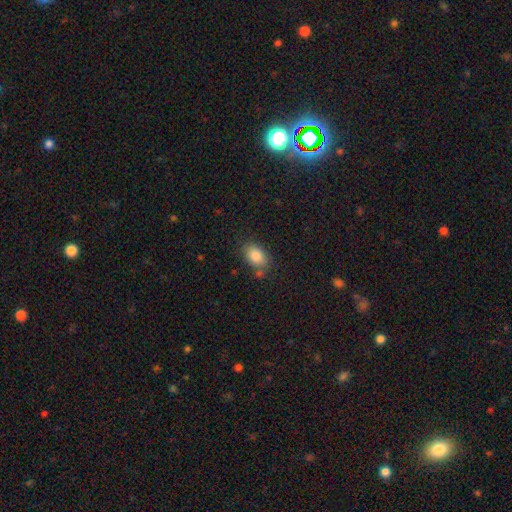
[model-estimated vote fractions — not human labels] A smooth galaxy with no disk features (85%) that is in between round and cigar-shaped (82%).

Vote fractions:
- Smooth or featured? smooth: 85% / star or artifact: 8% / featured or disk: 7%
- How rounded? in between: 82% / round: 17% / cigar-shaped: 1%
- Merging? none: 72% / minor disturbance: 17% / merger: 7% / major disturbance: 4%